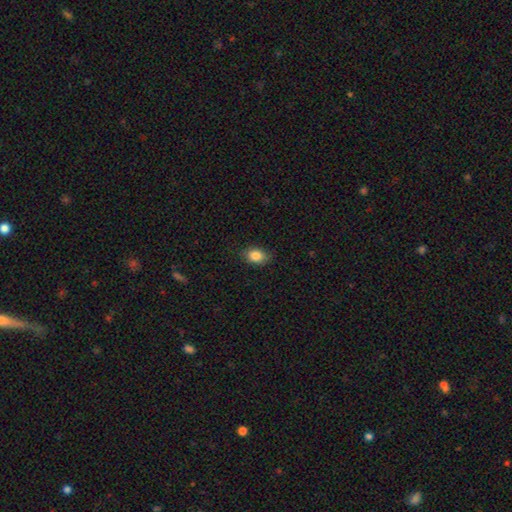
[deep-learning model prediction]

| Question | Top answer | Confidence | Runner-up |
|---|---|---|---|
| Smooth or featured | smooth | 85% | star or artifact (9%) |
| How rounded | in between | 73% | round (25%) |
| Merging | none | 80% | minor disturbance (16%) |